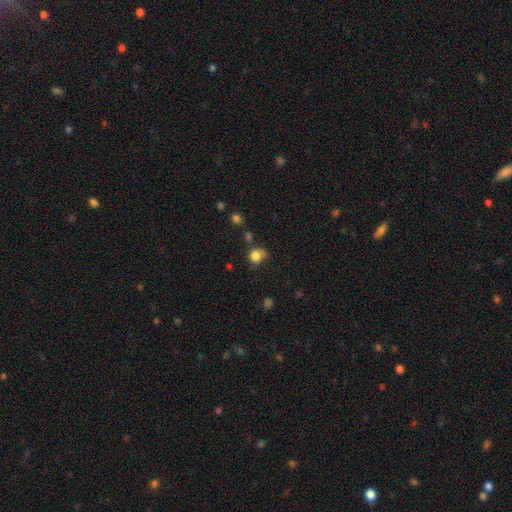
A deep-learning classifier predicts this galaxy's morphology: This appears to be a smooth galaxy with no disk features (81%) that is round (76%). Merging: none (52%).